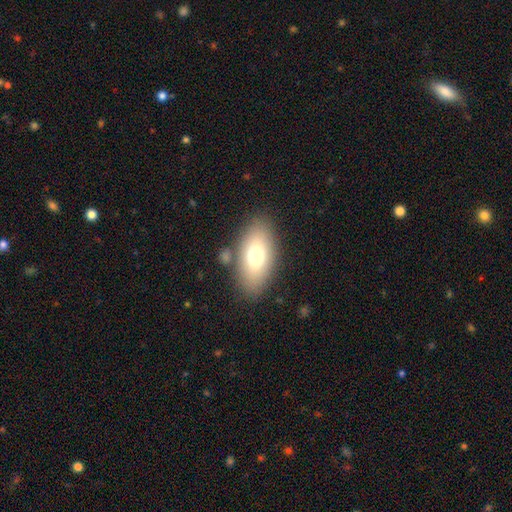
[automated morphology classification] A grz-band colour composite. It shows a smooth galaxy with no disk features (72%) that is in between round and cigar-shaped (90%). Merging: none (80%).